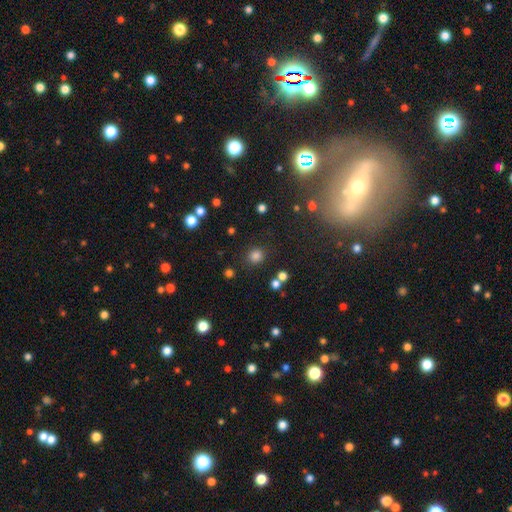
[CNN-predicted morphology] Q: Smooth or featured?
A: smooth (80%); runner-up: star or artifact (16%)
Q: How rounded?
A: round (83%); runner-up: in between (16%)
Q: Merging?
A: none (84%); runner-up: minor disturbance (8%)